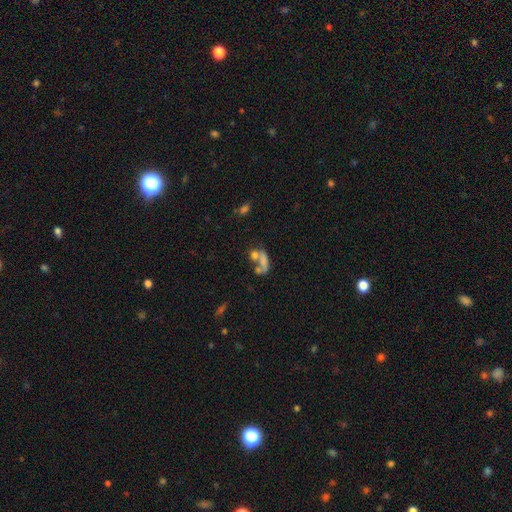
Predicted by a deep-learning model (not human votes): Overall: smooth (52%; featured or disk 27%). How rounded: in between (63%). Merging: merger (47%; none 29%).